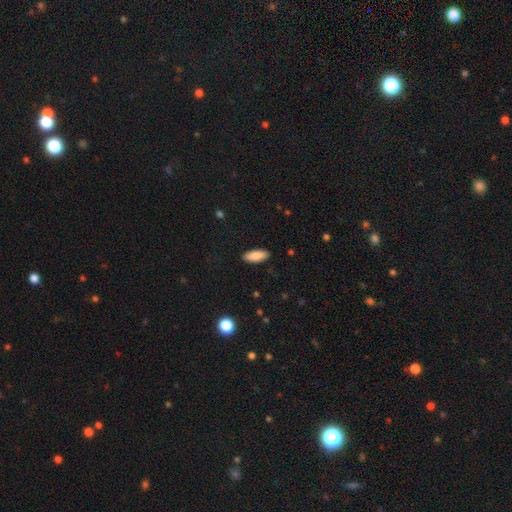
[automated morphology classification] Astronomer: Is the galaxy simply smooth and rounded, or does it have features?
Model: smooth — 87%.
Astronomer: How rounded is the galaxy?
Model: in between — 73%.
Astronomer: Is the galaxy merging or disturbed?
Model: none — 89%.